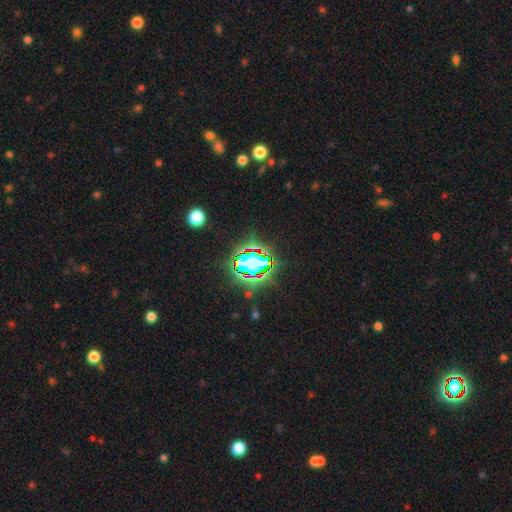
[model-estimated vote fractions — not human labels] The model was most divided on "smooth or featured": star or artifact: 77%, smooth: 13%, featured or disk: 9%.